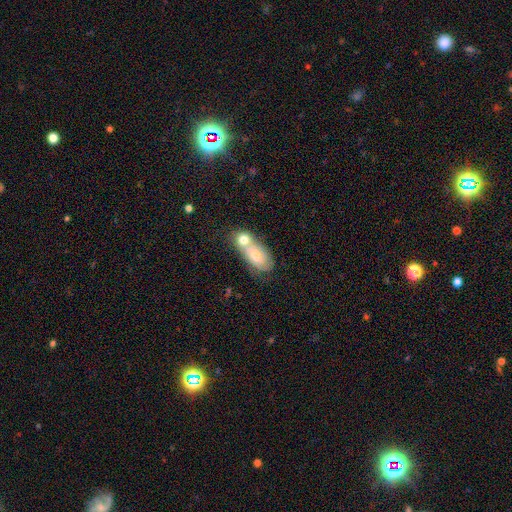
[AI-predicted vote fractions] Morphology: type=smooth (64%); roundness=in between (81%); merging=merger (64%).